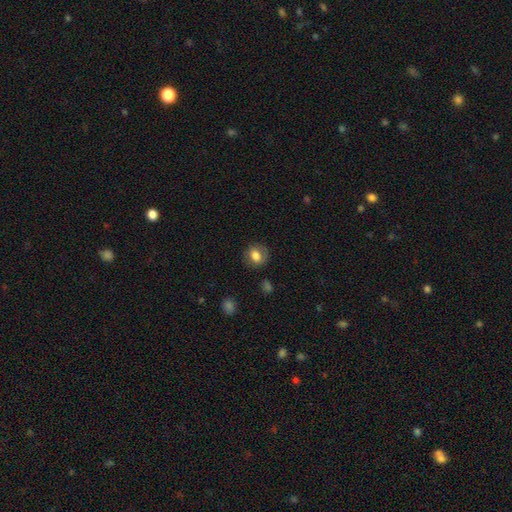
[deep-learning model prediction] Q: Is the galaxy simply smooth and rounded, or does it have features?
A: smooth — 74%.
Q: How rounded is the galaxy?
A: round — 58%.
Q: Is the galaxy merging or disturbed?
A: none — 77%.